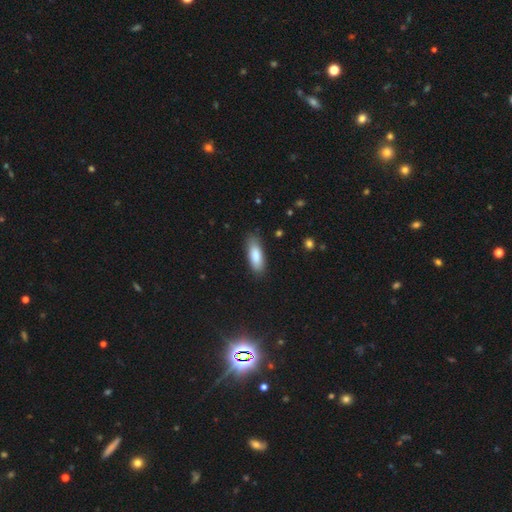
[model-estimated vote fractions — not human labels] The model was most divided on "how rounded": in between: 65%, cigar-shaped: 33%, round: 2%. More confident: smooth or featured — smooth (85%); merging — none (82%).